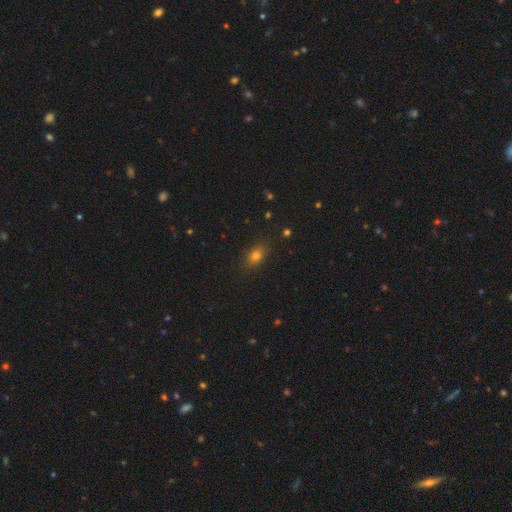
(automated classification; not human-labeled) A smooth galaxy with no disk features (75%) that is in between round and cigar-shaped (71%).

Vote fractions:
- Smooth or featured? smooth: 75% / star or artifact: 17% / featured or disk: 8%
- How rounded? in between: 71% / round: 25% / cigar-shaped: 3%
- Merging? none: 85% / minor disturbance: 10% / major disturbance: 3% / merger: 1%